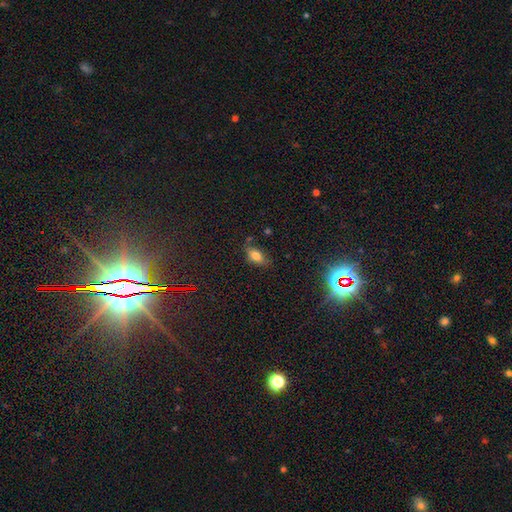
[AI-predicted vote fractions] Morphology: type=smooth (75%); roundness=in between (85%); merging=none (67%).